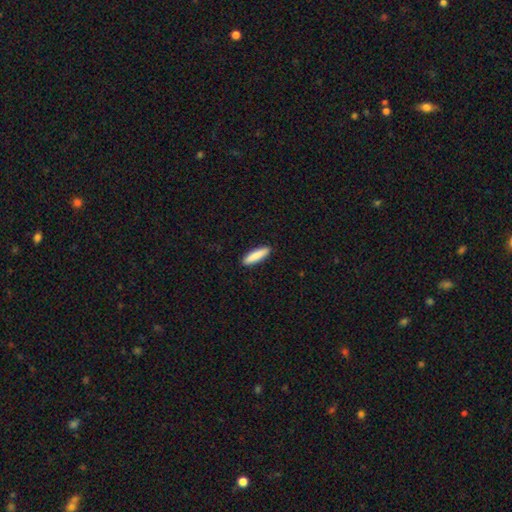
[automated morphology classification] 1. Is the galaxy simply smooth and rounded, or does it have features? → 87% smooth, 8% featured or disk, 5% star or artifact.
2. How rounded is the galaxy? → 75% cigar-shaped, 23% in between, 1% round.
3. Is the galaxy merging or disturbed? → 91% none, 7% minor disturbance, 1% major disturbance, 1% merger.